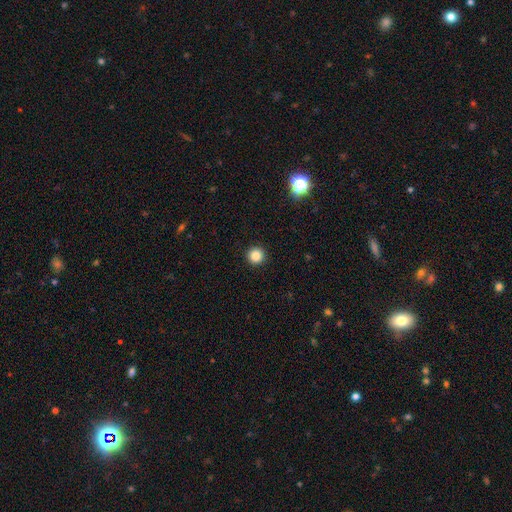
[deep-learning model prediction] Smooth or featured? smooth (86%)
How rounded? round (96%)
Merging? none (93%)